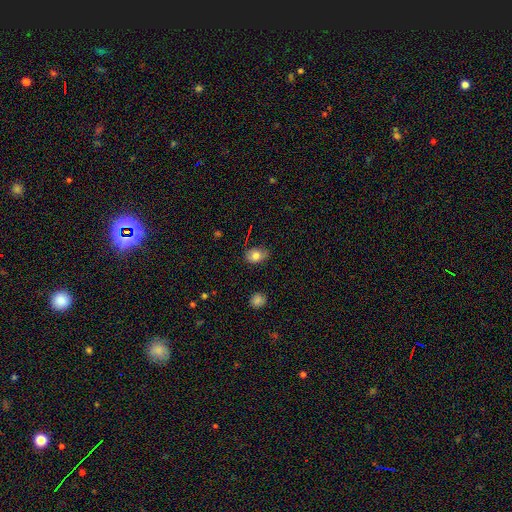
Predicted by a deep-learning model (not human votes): Smooth or featured? smooth (78%)
How rounded? in between (68%)
Merging? none (69%)